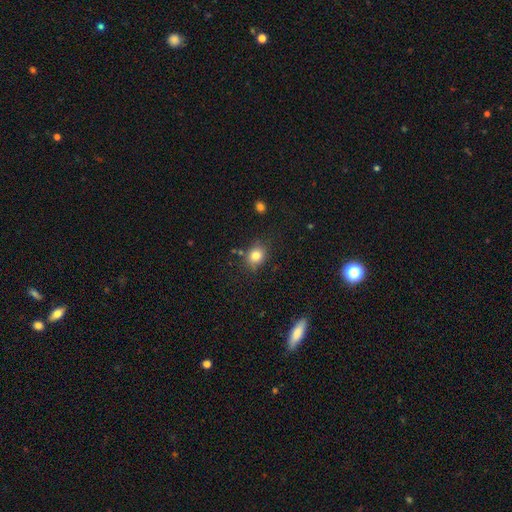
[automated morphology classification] A smooth galaxy with no disk features (81%) that is round (58%). Merging: none (77%).